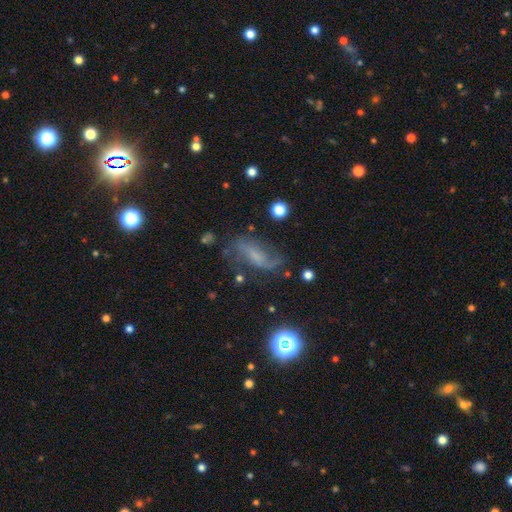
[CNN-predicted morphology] smooth-or-featured: featured or disk: 61% | smooth: 24% | star or artifact: 15%
  disk-edge-on: no: 91% | yes: 9%
    bar: no: 42% | weak: 40% | strong: 18%
    has-spiral-arms: yes: 85% | no: 15%
    bulge-size: none: 40% | small: 36% | moderate: 18% | large: 4% | dominant: 2%
  merging: none: 57% | minor disturbance: 22% | major disturbance: 17% | merger: 3%